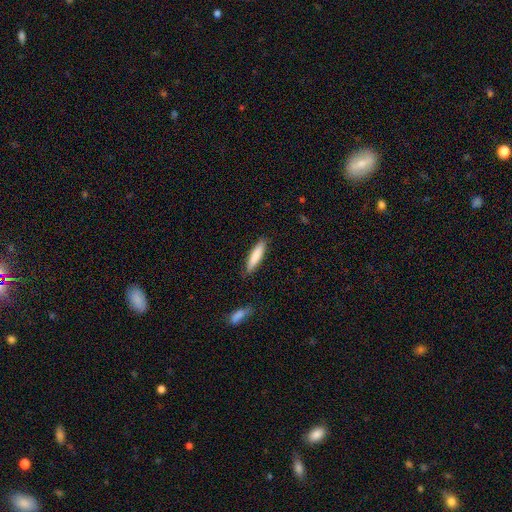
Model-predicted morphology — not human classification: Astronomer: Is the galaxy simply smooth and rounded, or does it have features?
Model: smooth — 82%.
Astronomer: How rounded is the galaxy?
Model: cigar-shaped — 83%.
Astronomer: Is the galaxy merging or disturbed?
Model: none — 87%.